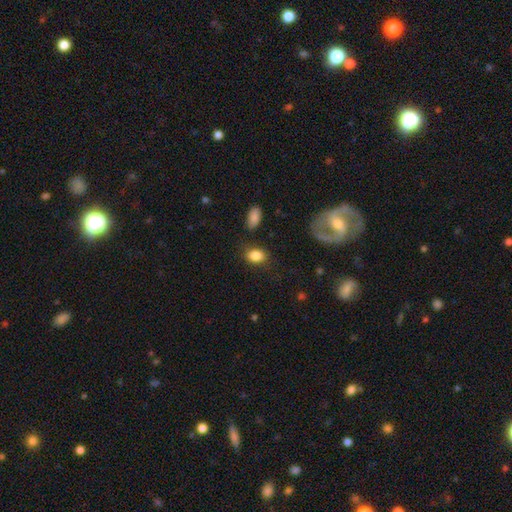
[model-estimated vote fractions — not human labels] Smooth or featured?
  - smooth: 86% *
  - star or artifact: 8%
  - featured or disk: 6%
How rounded?
  - in between: 76% *
  - round: 23%
  - cigar-shaped: 1%
Merging?
  - none: 78% *
  - minor disturbance: 14%
  - major disturbance: 4%
  - merger: 3%